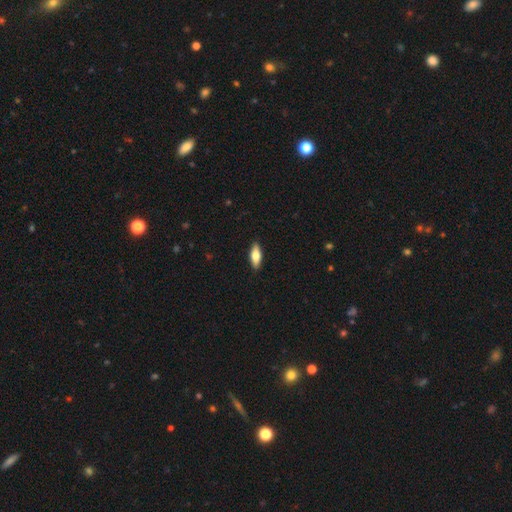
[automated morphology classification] A smooth galaxy with no disk features (68%) that is in between round and cigar-shaped (67%). Merging: none (90%).